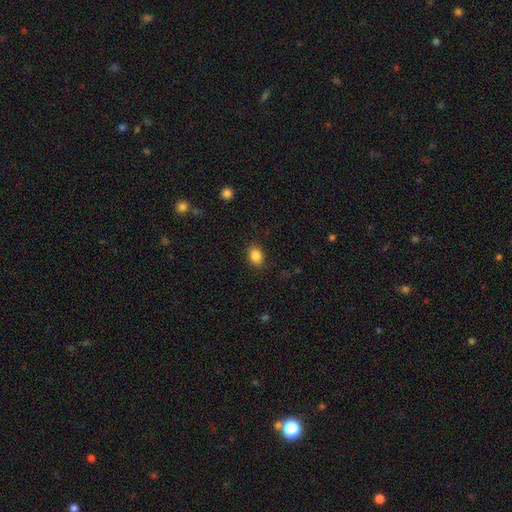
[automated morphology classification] Smooth or featured? Predicted: smooth (p=0.86). How rounded? Predicted: in between (p=0.70). Merging? Predicted: none (p=0.87).